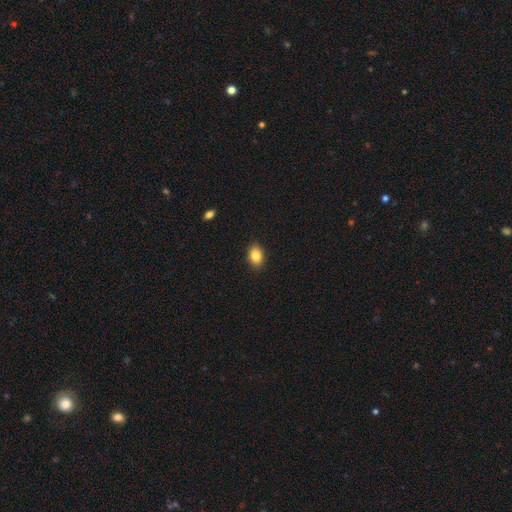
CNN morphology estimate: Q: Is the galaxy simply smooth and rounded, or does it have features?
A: smooth — 83%.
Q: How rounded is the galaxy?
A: in between — 77%.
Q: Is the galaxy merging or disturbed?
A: none — 89%.